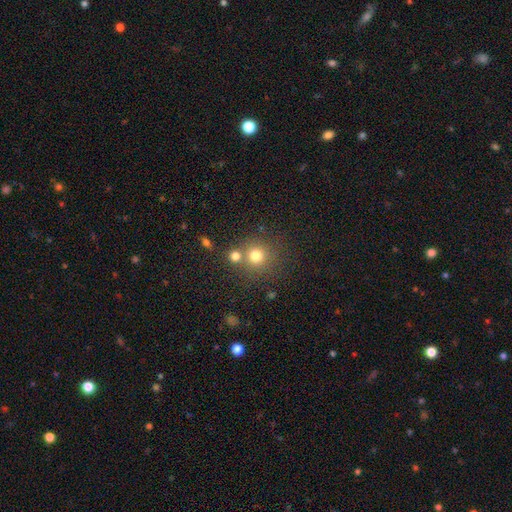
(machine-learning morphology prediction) Smooth or featured?
  - smooth: 76% *
  - star or artifact: 15%
  - featured or disk: 9%
How rounded?
  - round: 91% *
  - in between: 8%
  - cigar-shaped: 1%
Merging?
  - none: 66% *
  - merger: 23%
  - minor disturbance: 8%
  - major disturbance: 4%